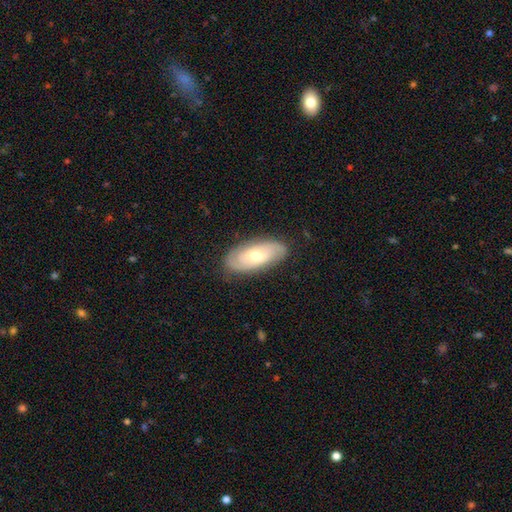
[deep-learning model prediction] Overall: featured or disk (54%; smooth 40%). Edge-on disk: no (88%). Merging: none (84%).